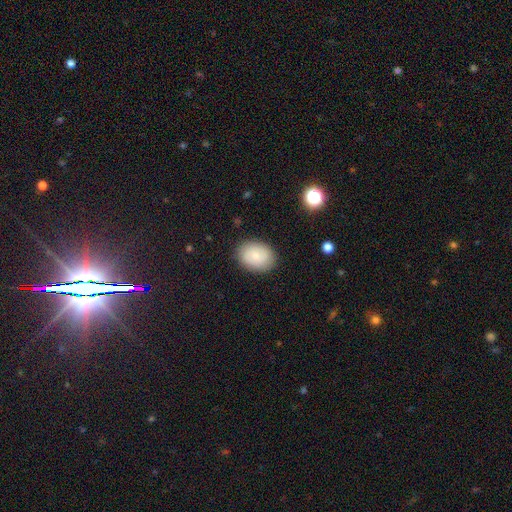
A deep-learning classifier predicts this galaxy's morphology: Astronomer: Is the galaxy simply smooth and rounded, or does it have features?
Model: smooth — 78%.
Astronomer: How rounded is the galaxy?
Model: in between — 71%.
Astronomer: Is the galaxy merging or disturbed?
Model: none — 86%.